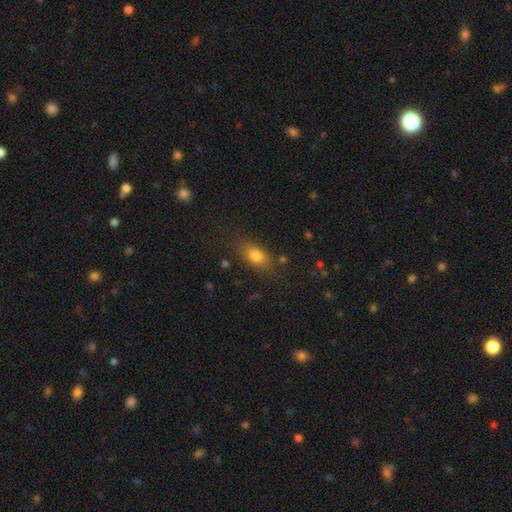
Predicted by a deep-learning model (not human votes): This appears to be a smooth galaxy with no disk features (79%) that is in between round and cigar-shaped (80%). Merging: none (77%).